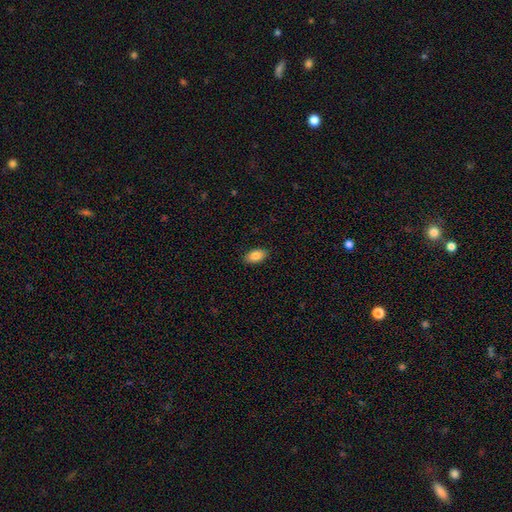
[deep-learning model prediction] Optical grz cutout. It shows a smooth galaxy with no disk features (86%) that is in between round and cigar-shaped (93%). Merging: none (89%).